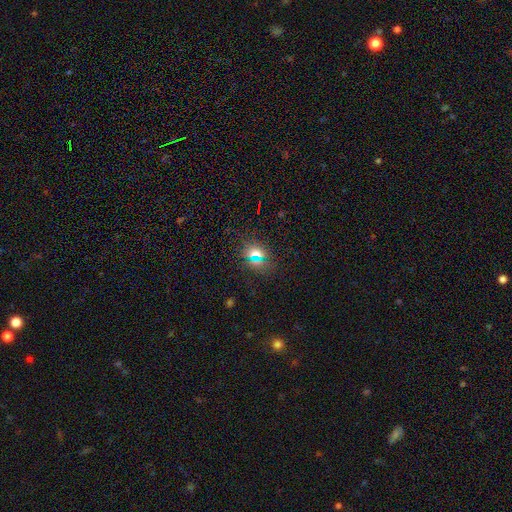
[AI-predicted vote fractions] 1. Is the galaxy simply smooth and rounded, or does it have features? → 58% smooth, 31% star or artifact, 11% featured or disk.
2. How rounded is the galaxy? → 54% round, 41% in between, 5% cigar-shaped.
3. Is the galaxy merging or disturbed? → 83% none, 10% minor disturbance, 4% major disturbance, 3% merger.